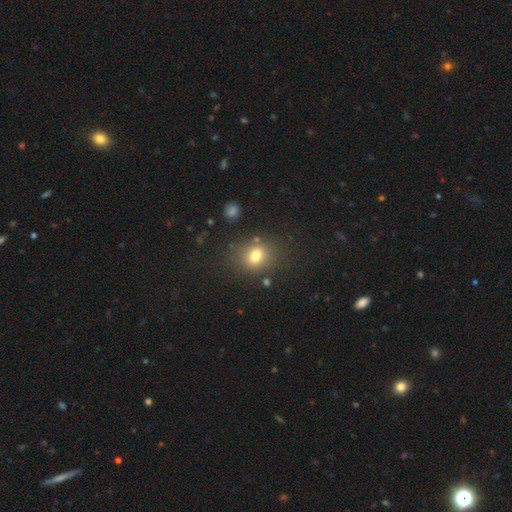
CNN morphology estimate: smooth_or_featured: smooth (p=0.74) [alt: star or artifact p=0.15]
how_rounded: round (p=0.57) [alt: in between p=0.42]
merging: none (p=0.77) [alt: minor disturbance p=0.13]